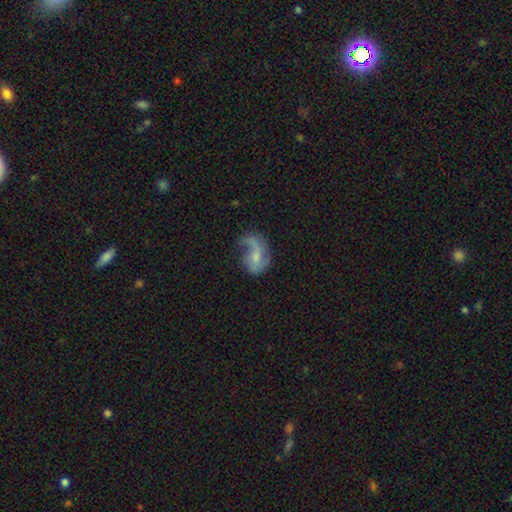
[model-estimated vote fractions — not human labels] This is likely a featured or disk galaxy (72%). It is clearly not viewed edge-on (97%). Bar: possibly no (49%). Spiral arm pattern: clearly yes (89%). Spiral arm count: possibly 2 (54%). Spiral winding: likely loose (66%). Central bulge: possibly small (55%). Merging: marginally none (41%).